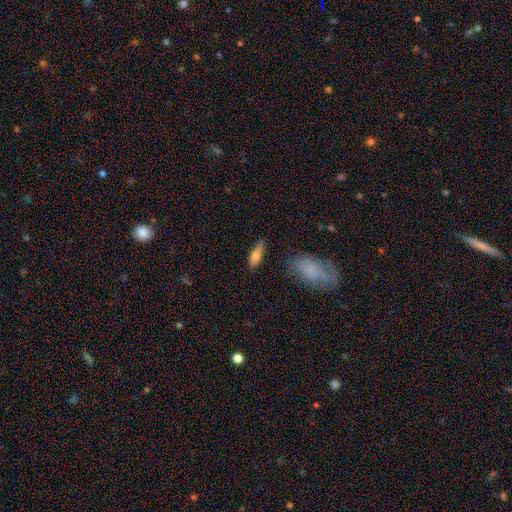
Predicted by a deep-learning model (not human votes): smooth-or-featured: smooth: 72% | featured or disk: 21% | star or artifact: 8%
  how-rounded: in between: 62% | cigar-shaped: 35% | round: 3%
  merging: none: 66% | minor disturbance: 24% | major disturbance: 6% | merger: 4%